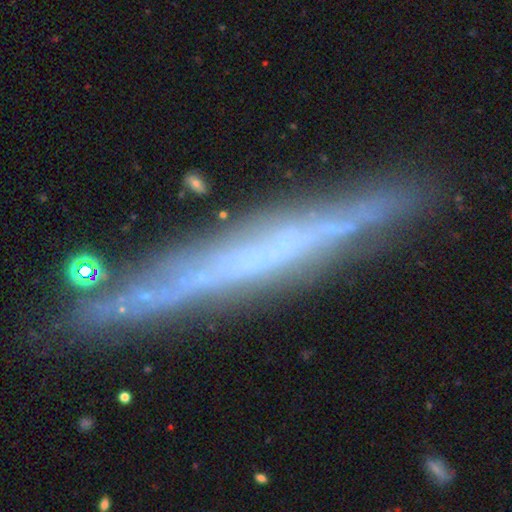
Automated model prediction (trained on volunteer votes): Q: Smooth or featured?
A: featured or disk (66%); runner-up: smooth (24%)
Q: Edge-on disk?
A: yes (93%); runner-up: no (7%)
Q: Edge-on bulge?
A: none (80%); runner-up: rounded (12%)
Q: Merging?
A: none (82%); runner-up: minor disturbance (12%)